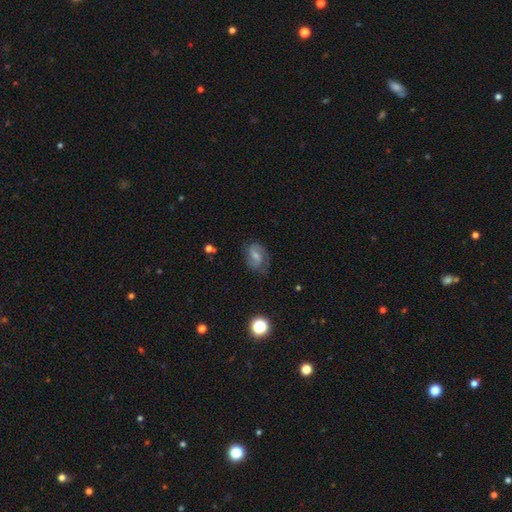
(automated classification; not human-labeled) Q: Smooth or featured?
A: featured or disk (66%); runner-up: smooth (25%)
Q: Edge-on disk?
A: no (97%); runner-up: yes (3%)
Q: Bar?
A: weak (54%); runner-up: no (24%)
Q: Spiral arms?
A: yes (90%); runner-up: no (10%)
Q: Spiral winding?
A: medium (48%); runner-up: loose (30%)
Q: Spiral arm count?
A: 2 (81%); runner-up: can't tell (9%)
Q: Bulge size?
A: small (42%); runner-up: moderate (30%)
Q: Merging?
A: none (68%); runner-up: minor disturbance (20%)